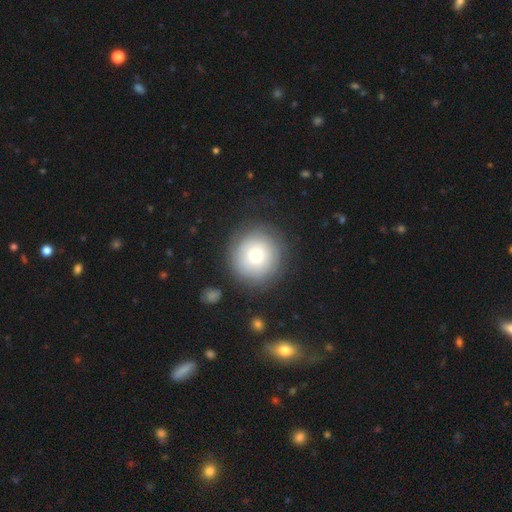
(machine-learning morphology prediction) type=smooth (73%); roundness=round (94%); merging=none (81%).